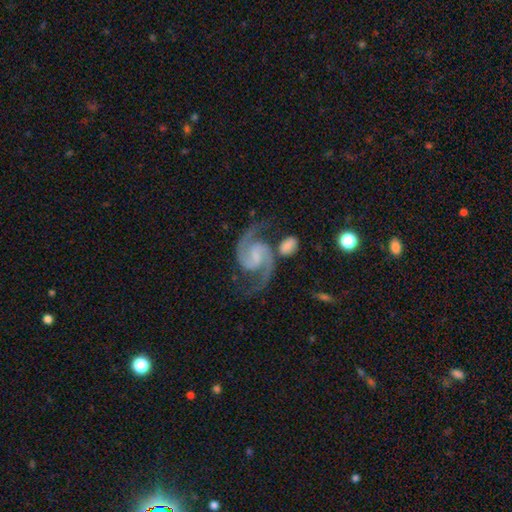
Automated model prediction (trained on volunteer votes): Smooth or featured? featured or disk (93%)
Edge-on disk? no (98%)
Bar? weak (48%)
Spiral arms? yes (98%)
Spiral winding? medium (62%)
Spiral arm count? 2 (94%)
Bulge size? small (40%)
Merging? none (69%)